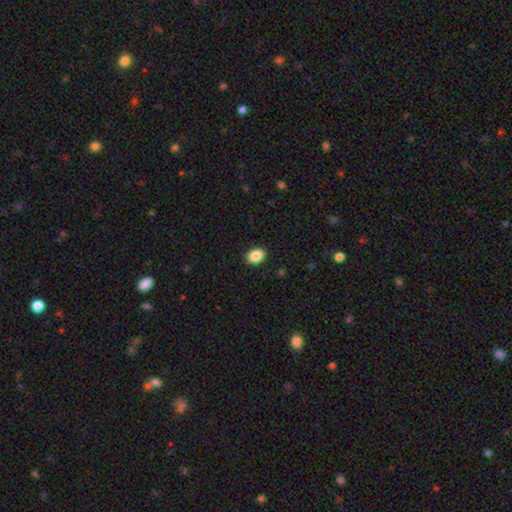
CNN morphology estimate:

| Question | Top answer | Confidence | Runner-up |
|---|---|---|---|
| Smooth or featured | smooth | 88% | star or artifact (8%) |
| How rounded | in between | 63% | round (36%) |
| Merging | none | 90% | minor disturbance (7%) |